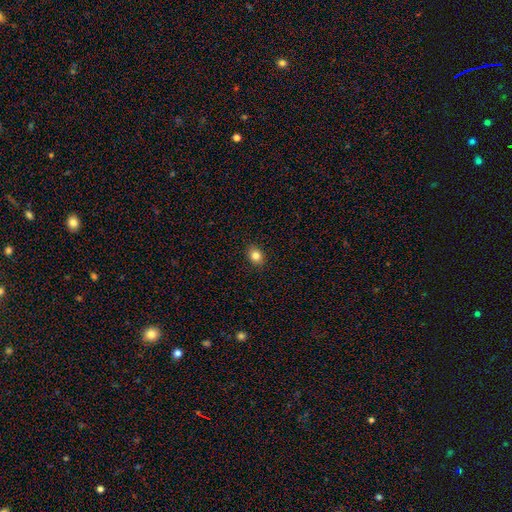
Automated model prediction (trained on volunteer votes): A smooth galaxy with no disk features (84%) that is round (52%).

Vote fractions:
- Smooth or featured? smooth: 84% / star or artifact: 10% / featured or disk: 5%
- How rounded? round: 52% / in between: 47% / cigar-shaped: 1%
- Merging? none: 90% / minor disturbance: 7% / major disturbance: 2% / merger: 1%